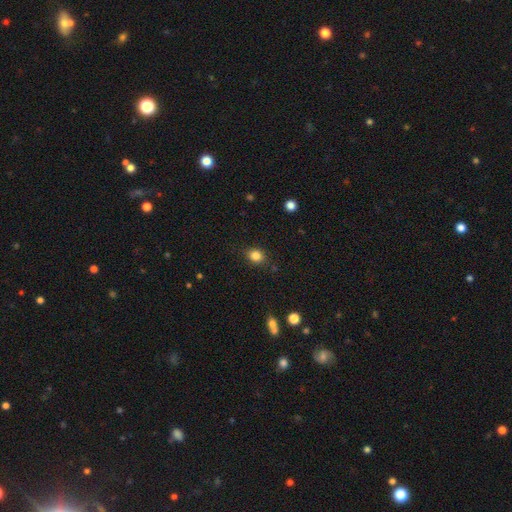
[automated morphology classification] type=smooth (84%); roundness=round (59%); merging=none (85%).